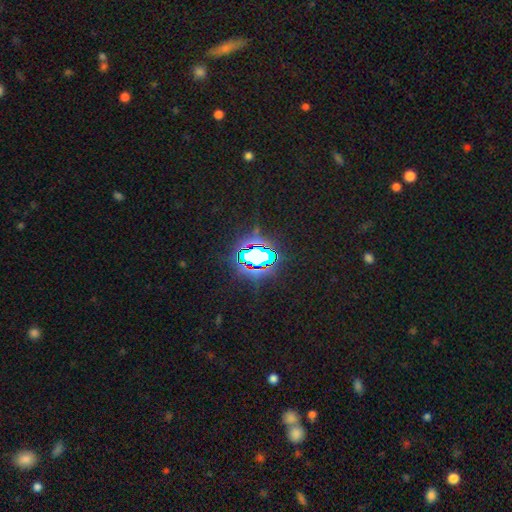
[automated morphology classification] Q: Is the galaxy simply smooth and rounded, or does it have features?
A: star or artifact — 75%.